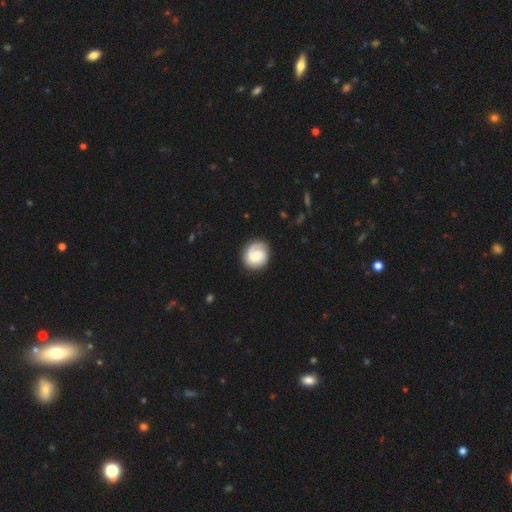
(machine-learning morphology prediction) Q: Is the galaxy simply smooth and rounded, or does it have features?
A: featured or disk — 57%.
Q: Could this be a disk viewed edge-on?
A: no — 98%.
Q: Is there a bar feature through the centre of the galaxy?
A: no — 63%.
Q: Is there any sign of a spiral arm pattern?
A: yes — 90%.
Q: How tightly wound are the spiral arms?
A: tight — 57%.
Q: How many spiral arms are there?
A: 1 — 41%.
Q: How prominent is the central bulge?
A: moderate — 51%.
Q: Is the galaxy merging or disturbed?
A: none — 81%.